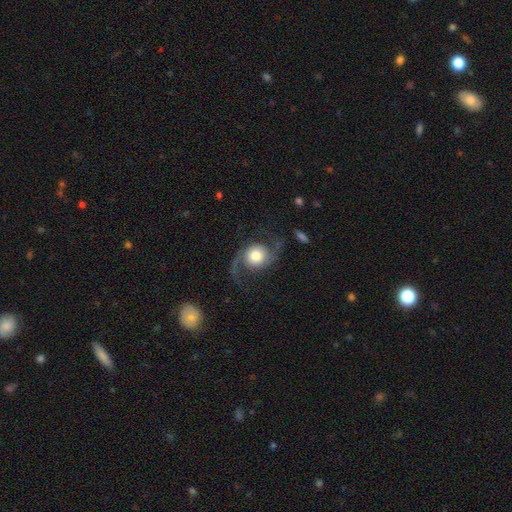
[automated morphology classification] A featured or disk galaxy (82%) with no bar (74%), 2 (93%) loose (67%) spiral arms (97%) and a large central bulge (48%). Merging: none (70%).